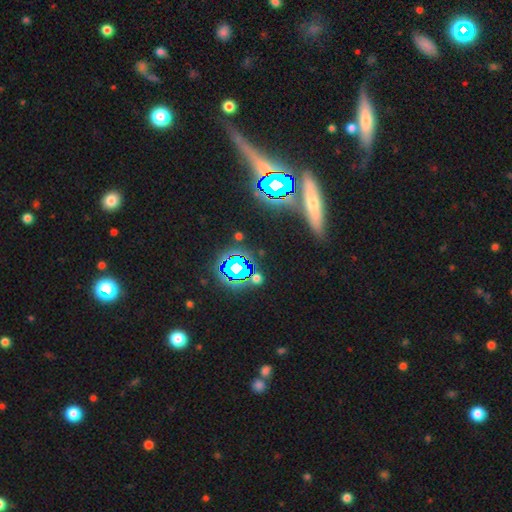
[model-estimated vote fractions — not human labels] smooth_or_featured: star or artifact (p=0.70) [alt: featured or disk p=0.15]